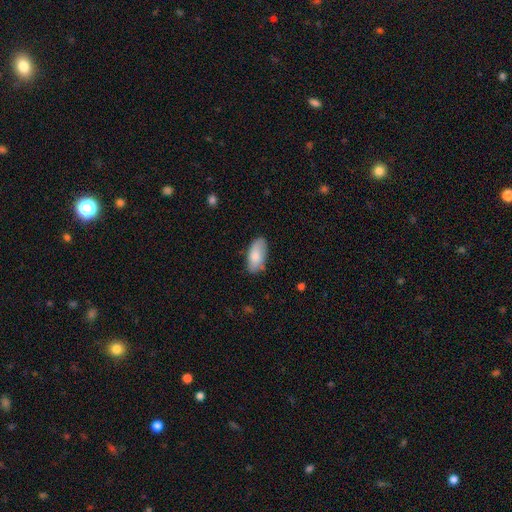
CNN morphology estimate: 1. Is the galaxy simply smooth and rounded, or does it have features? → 80% smooth, 14% featured or disk, 6% star or artifact.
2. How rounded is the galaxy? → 93% in between, 4% cigar-shaped, 2% round.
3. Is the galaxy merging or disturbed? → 75% none, 20% minor disturbance, 4% major disturbance, 2% merger.